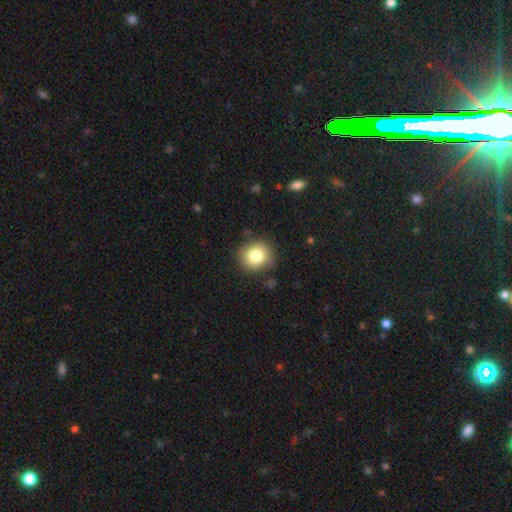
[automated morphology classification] This is clearly a smooth galaxy (82%). How rounded: clearly round (84%). Merging: clearly none (85%).